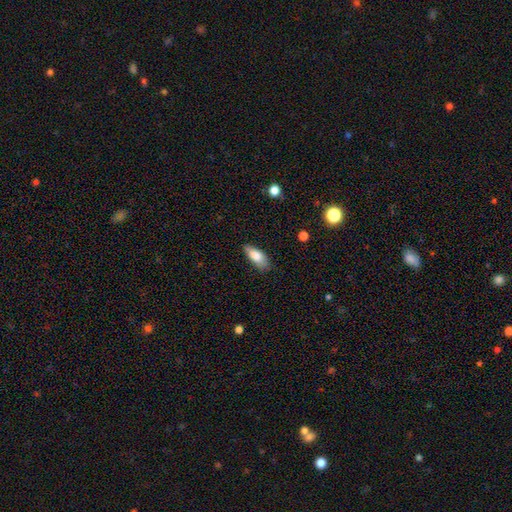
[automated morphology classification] Smooth or featured? smooth (81%)
How rounded? in between (81%)
Merging? none (73%)